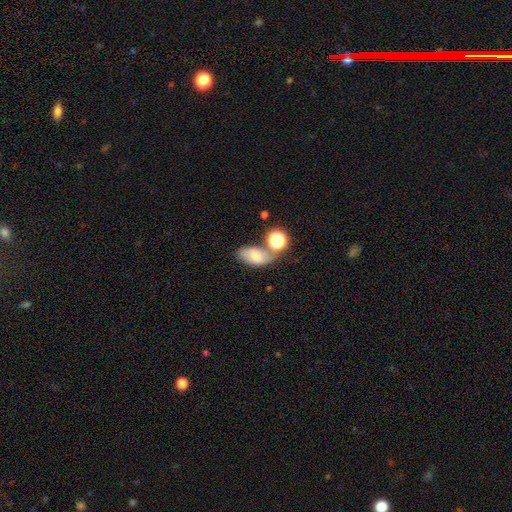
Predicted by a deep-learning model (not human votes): A smooth galaxy with no disk features (66%) that is in between round and cigar-shaped (86%). Merging: none (46%).